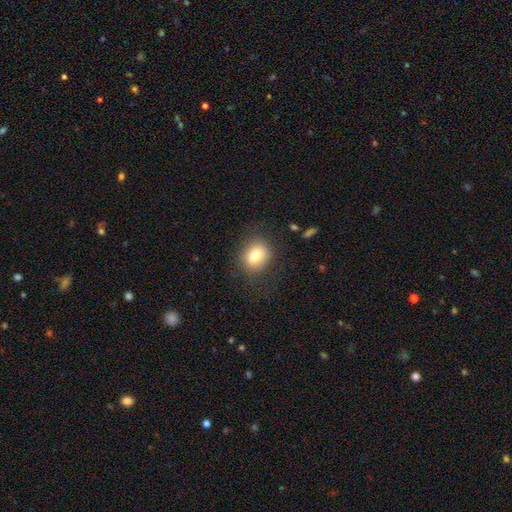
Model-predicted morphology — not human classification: smooth_or_featured: smooth (p=0.77) [alt: featured or disk p=0.12]
how_rounded: round (p=0.63) [alt: in between p=0.36]
merging: none (p=0.81) [alt: minor disturbance p=0.12]